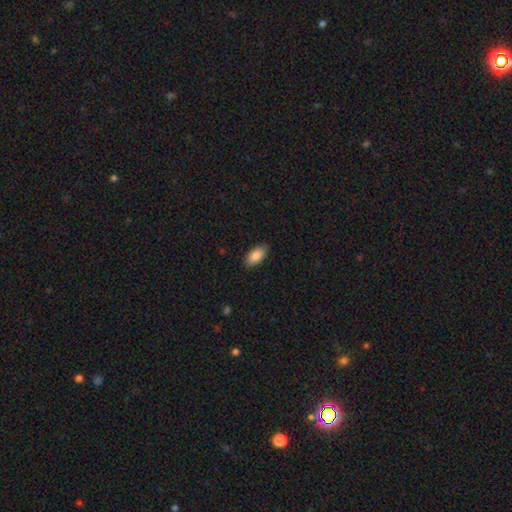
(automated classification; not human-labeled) Q: Smooth or featured?
A: smooth (86%); runner-up: featured or disk (7%)
Q: How rounded?
A: in between (93%); runner-up: cigar-shaped (4%)
Q: Merging?
A: none (87%); runner-up: minor disturbance (10%)